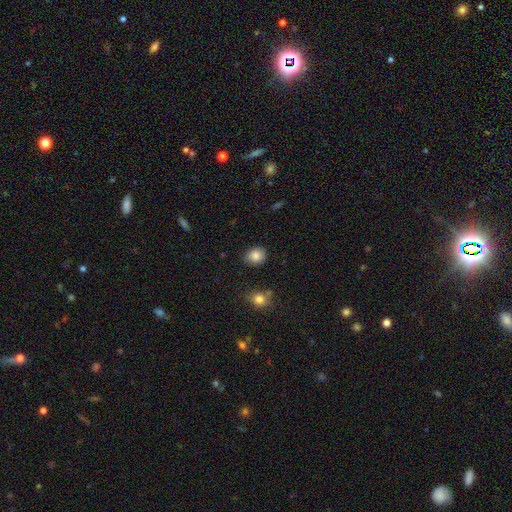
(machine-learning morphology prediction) type=smooth (85%); roundness=round (70%); merging=none (83%).